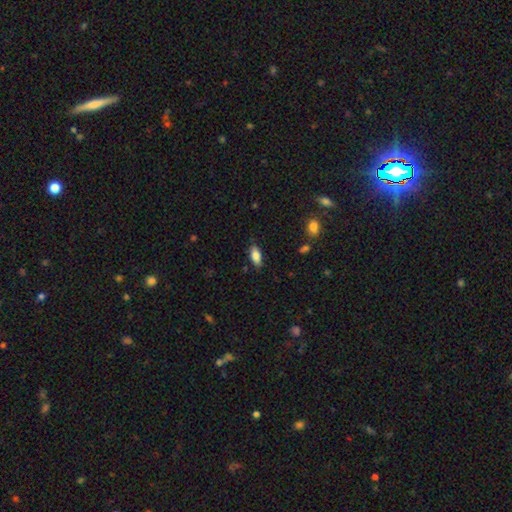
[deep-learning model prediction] Morphology: type=smooth (85%); roundness=in between (86%); merging=none (83%).